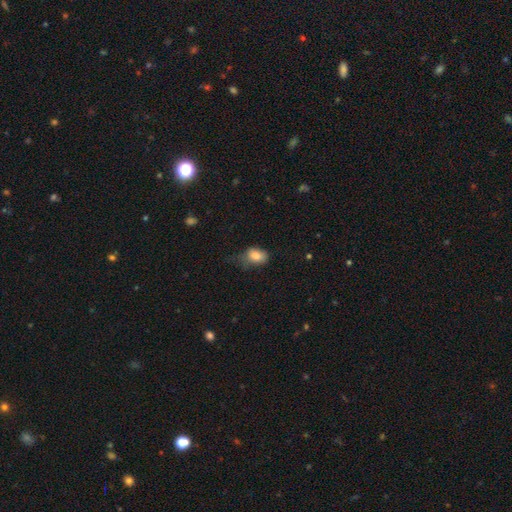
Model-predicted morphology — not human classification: smooth-or-featured: smooth: 81% | featured or disk: 10% | star or artifact: 9%
  how-rounded: in between: 75% | round: 24% | cigar-shaped: 1%
  merging: none: 40% | minor disturbance: 36% | major disturbance: 21% | merger: 2%